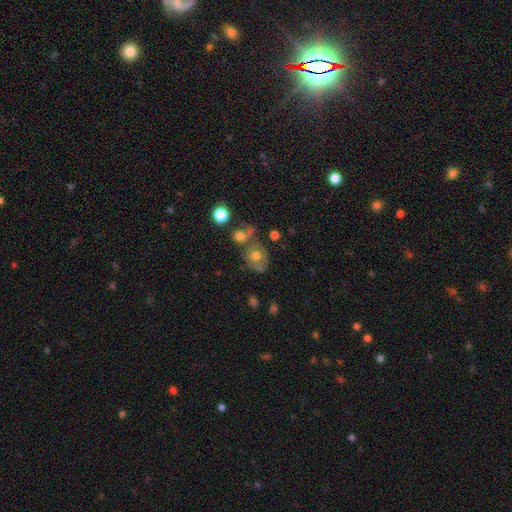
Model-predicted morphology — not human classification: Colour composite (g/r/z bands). It shows a featured or disk galaxy (37%). Merging: none (56%).